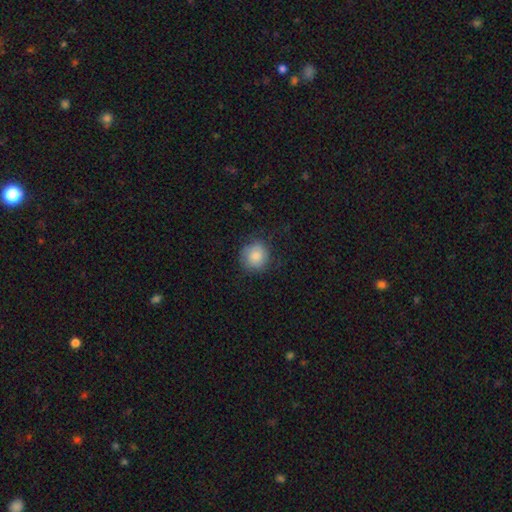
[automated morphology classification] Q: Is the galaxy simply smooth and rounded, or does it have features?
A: smooth — 83%.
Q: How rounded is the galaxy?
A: round — 88%.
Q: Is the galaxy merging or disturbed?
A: none — 73%.